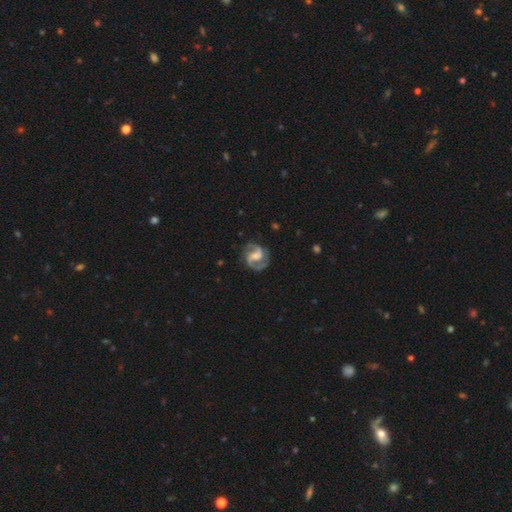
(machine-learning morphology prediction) Overall: featured or disk (92%). Edge-on disk: no (98%). Bar: weak (48%; no 27%). Spiral arms: yes (98%). Spiral arm count: 2 (93%). Spiral winding: medium (60%; tight 27%). Bulge size: moderate (50%; small 38%). Merging: none (82%).